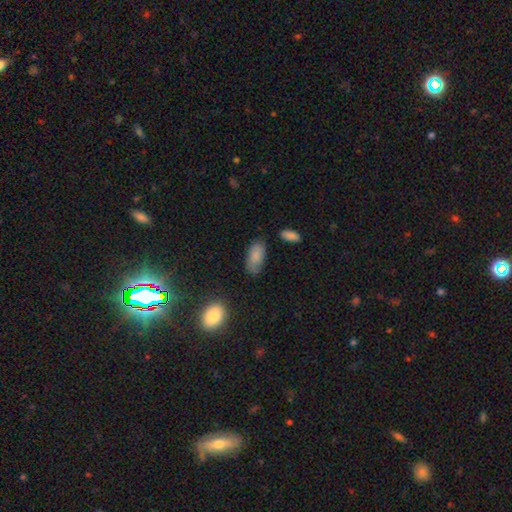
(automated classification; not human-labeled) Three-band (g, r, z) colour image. It shows a smooth galaxy with no disk features (84%) that is in between round and cigar-shaped (92%). Merging: none (71%).